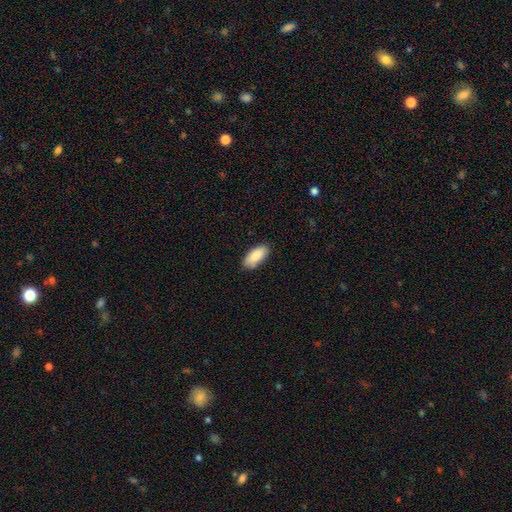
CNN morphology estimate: Smooth or featured?
  - smooth: 89% *
  - star or artifact: 6%
  - featured or disk: 6%
How rounded?
  - in between: 89% *
  - cigar-shaped: 9%
  - round: 2%
Merging?
  - none: 84% *
  - minor disturbance: 13%
  - major disturbance: 2%
  - merger: 1%